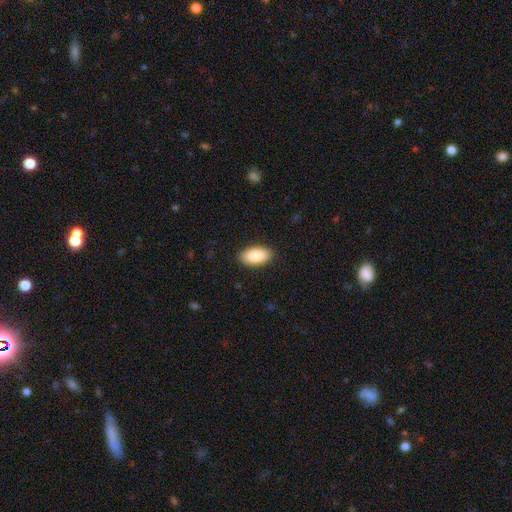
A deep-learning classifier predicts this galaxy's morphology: A smooth galaxy with no disk features (86%) that is in between round and cigar-shaped (95%). Merging: none (89%).